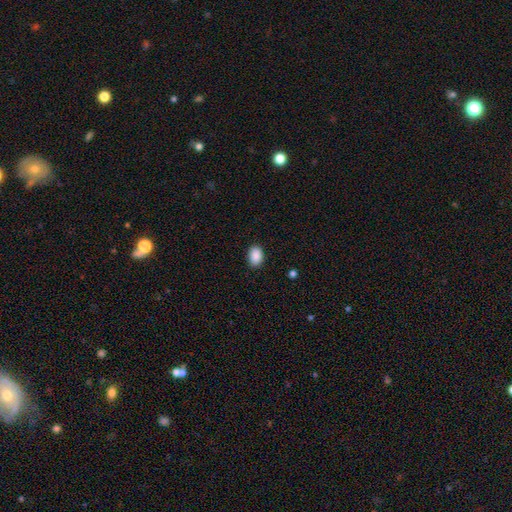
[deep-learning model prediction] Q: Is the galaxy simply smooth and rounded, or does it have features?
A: smooth — 90%.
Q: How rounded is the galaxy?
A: in between — 82%.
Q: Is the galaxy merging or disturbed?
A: none — 89%.